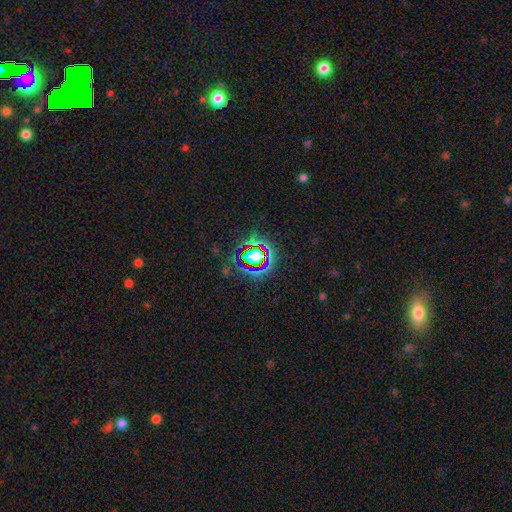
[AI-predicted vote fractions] This appears to be a star or artifact, not a galaxy (64%).